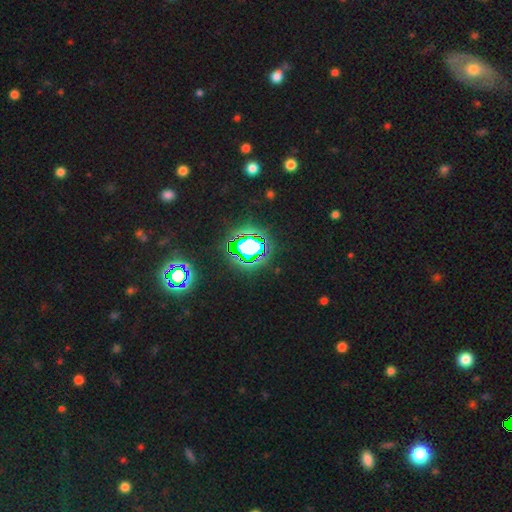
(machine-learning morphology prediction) Overall: star or artifact (78%).